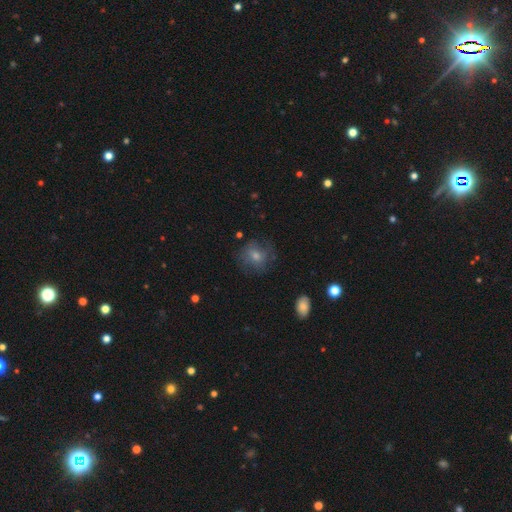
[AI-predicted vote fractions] Morphology: type=smooth (57%); roundness=round (77%); merging=none (64%).